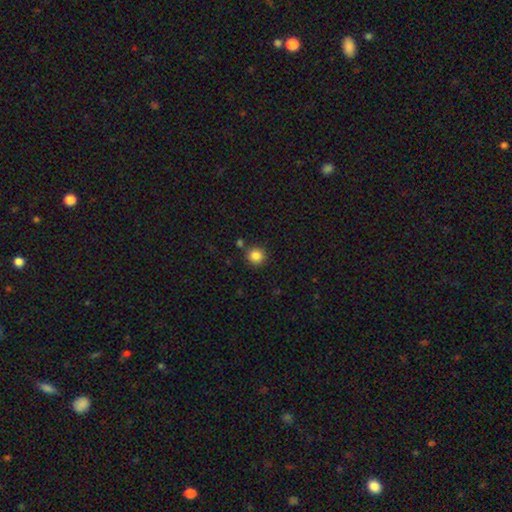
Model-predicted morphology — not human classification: Smooth or featured? smooth (85%)
How rounded? round (92%)
Merging? none (84%)